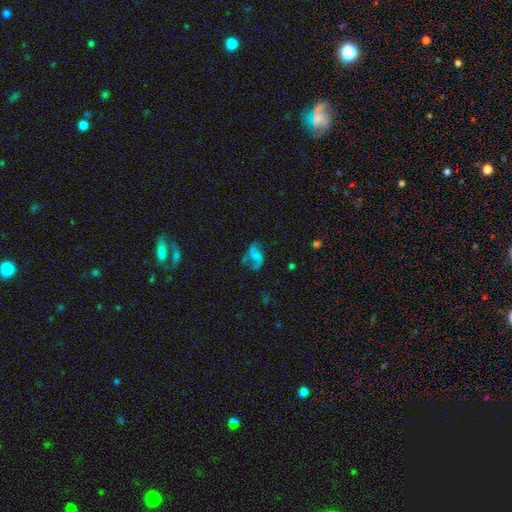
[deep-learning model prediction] Overall: featured or disk (60%; smooth 28%). Edge-on disk: no (97%). Bar: no (59%; weak 31%). Spiral arms: yes (80%). Bulge size: none (59%; small 21%). Merging: none (50%; major disturbance 23%).